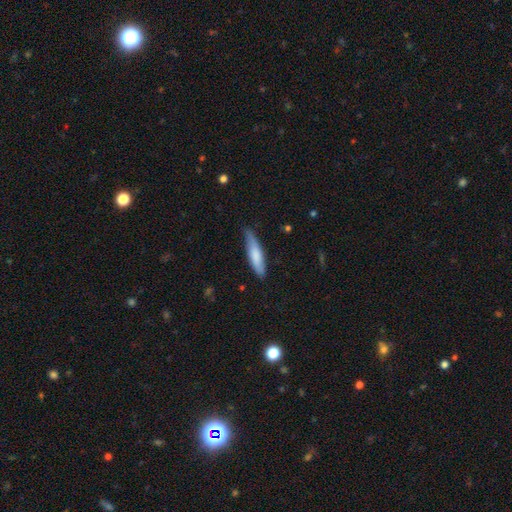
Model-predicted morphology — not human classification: This is likely a smooth galaxy (73%). How rounded: likely cigar-shaped (77%). Merging: likely none (71%).